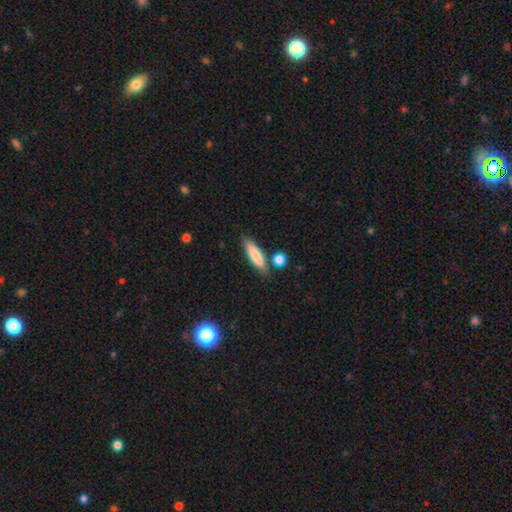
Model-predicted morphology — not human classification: The model was most divided on "how rounded": cigar-shaped: 66%, in between: 31%, round: 2%. More confident: smooth or featured — smooth (77%); merging — none (76%).